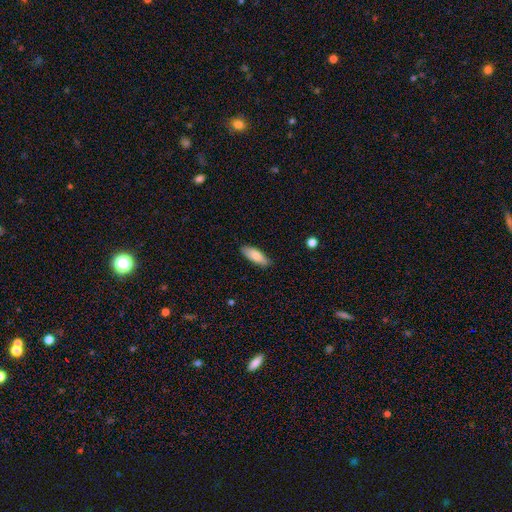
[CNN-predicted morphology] Smooth or featured? smooth (83%)
How rounded? in between (62%)
Merging? none (85%)